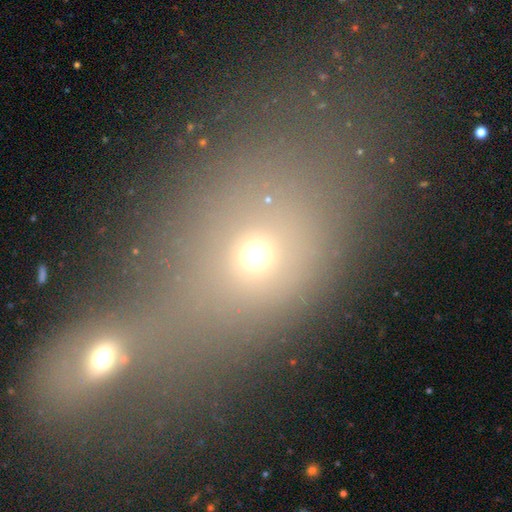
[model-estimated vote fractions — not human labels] The model was most divided on "how rounded": in between: 52%, round: 45%, cigar-shaped: 3%. More confident: merging — merger (68%); smooth or featured — smooth (62%).